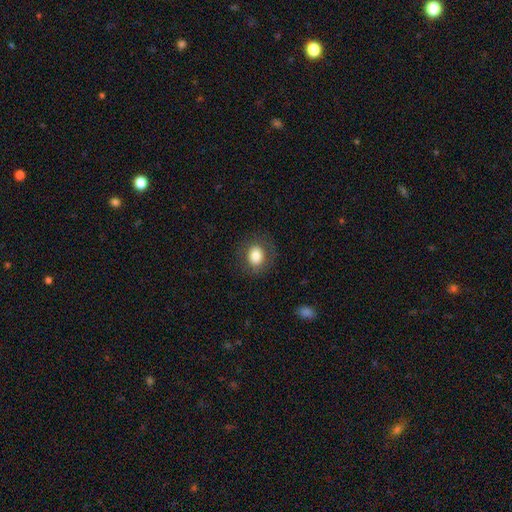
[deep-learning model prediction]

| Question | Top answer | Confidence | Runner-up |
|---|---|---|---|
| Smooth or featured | smooth | 81% | featured or disk (10%) |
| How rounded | round | 60% | in between (39%) |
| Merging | none | 83% | minor disturbance (11%) |